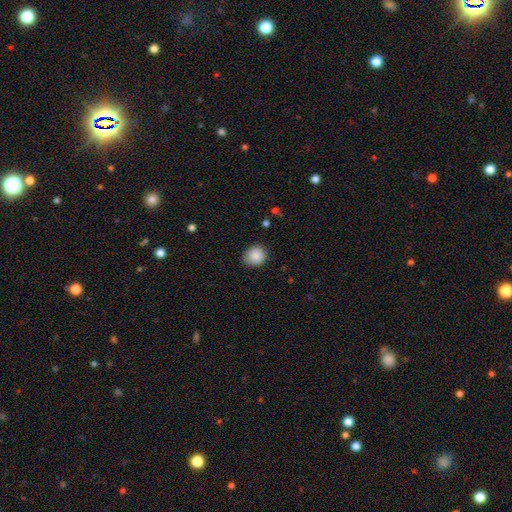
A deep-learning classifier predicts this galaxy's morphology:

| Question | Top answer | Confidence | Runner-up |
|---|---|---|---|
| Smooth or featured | smooth | 88% | star or artifact (8%) |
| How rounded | round | 77% | in between (22%) |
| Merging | none | 79% | minor disturbance (16%) |